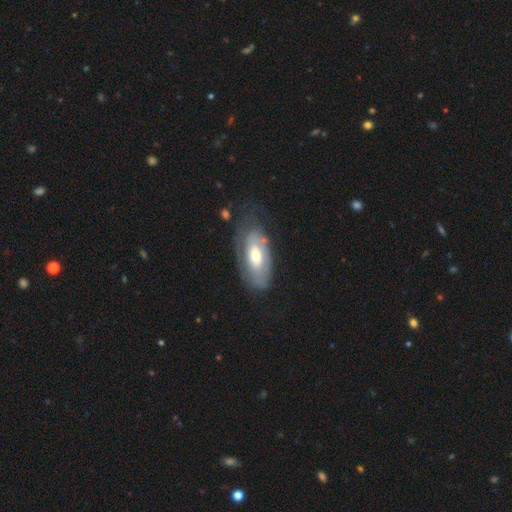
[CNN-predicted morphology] type=featured or disk (53%); edge-on=no (88%); merging=none (53%).